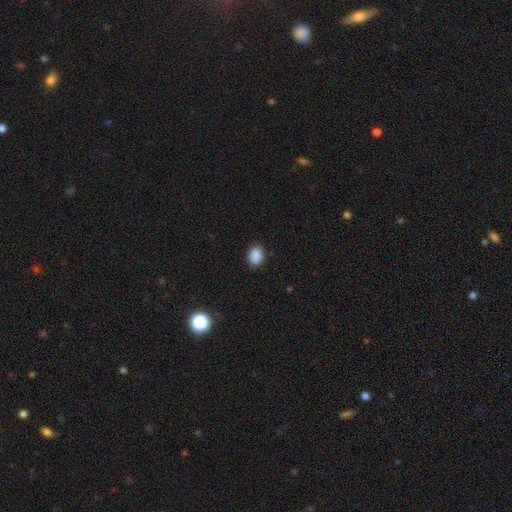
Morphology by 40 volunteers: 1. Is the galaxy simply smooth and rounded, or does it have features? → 95% smooth, 5% featured or disk, 0% star or artifact.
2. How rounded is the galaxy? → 58% in between, 42% round, 0% cigar-shaped.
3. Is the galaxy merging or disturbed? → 82% none, 18% minor disturbance, 0% major disturbance, 0% merger.